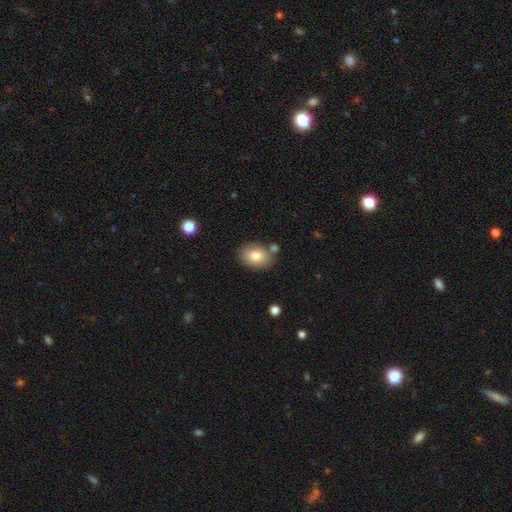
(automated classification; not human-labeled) smooth 79%, featured or disk 12%, star or artifact 8%. Down the decision tree: how rounded — in between (74%); merging — none (76%).